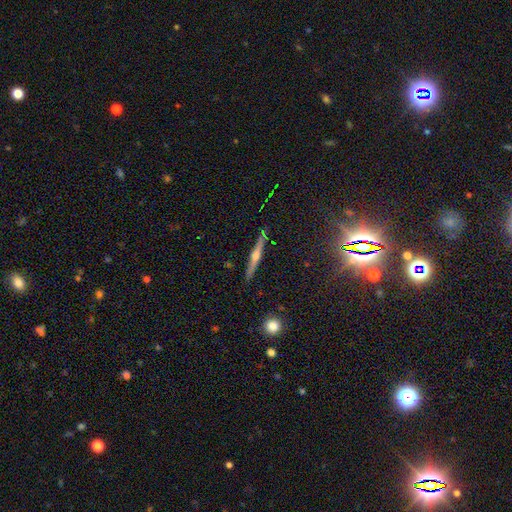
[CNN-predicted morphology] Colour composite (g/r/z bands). It shows a featured or disk galaxy (67%) viewed edge-on (98%) with a rounded central bulge (84%). Merging: none (88%).